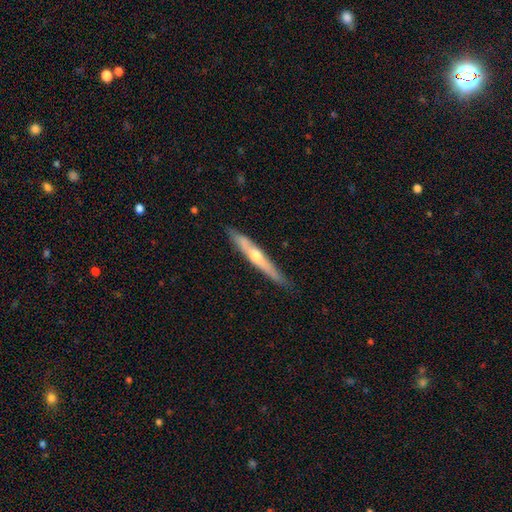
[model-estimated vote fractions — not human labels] Smooth or featured?
  - featured or disk: 61% *
  - smooth: 33%
  - star or artifact: 6%
Edge-on disk?
  - yes: 92% *
  - no: 8%
Edge-on bulge?
  - rounded: 81% *
  - none: 15%
  - boxy: 4%
Merging?
  - none: 82% *
  - minor disturbance: 14%
  - major disturbance: 2%
  - merger: 2%